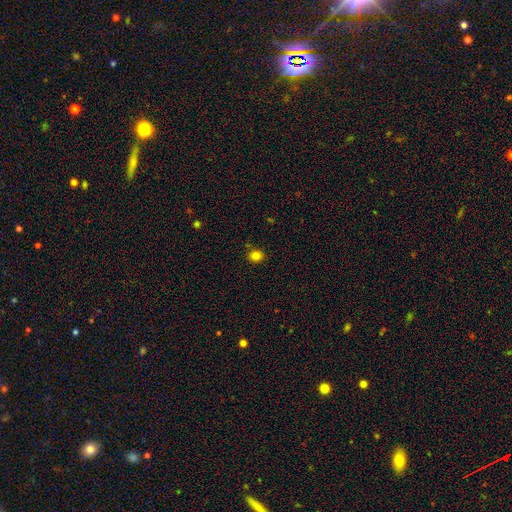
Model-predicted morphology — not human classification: smooth 82%, star or artifact 13%, featured or disk 5%. Down the decision tree: how rounded — round (78%); merging — none (86%).